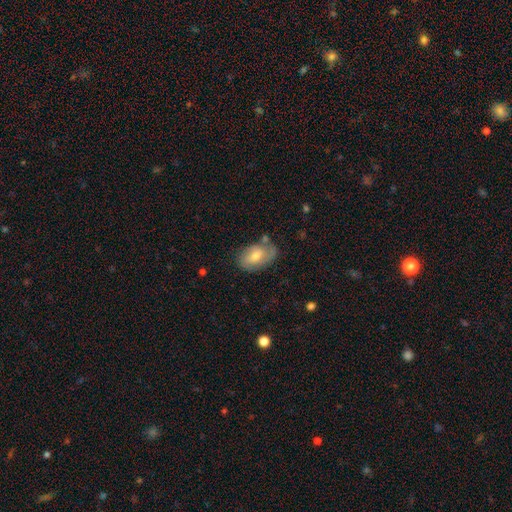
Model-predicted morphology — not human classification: Smooth or featured?
  - smooth: 51% *
  - featured or disk: 41%
  - star or artifact: 8%
How rounded?
  - in between: 89% *
  - round: 9%
  - cigar-shaped: 2%
Merging?
  - none: 65% *
  - minor disturbance: 24%
  - major disturbance: 6%
  - merger: 5%